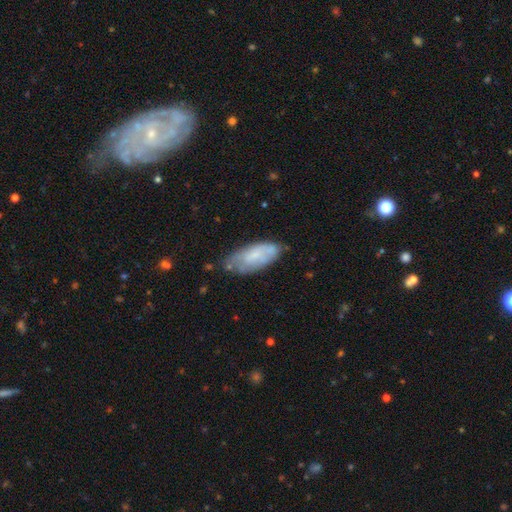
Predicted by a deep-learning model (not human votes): This appears to be a smooth galaxy with no disk features (58%) that is in between round and cigar-shaped (86%). Merging: none (58%).